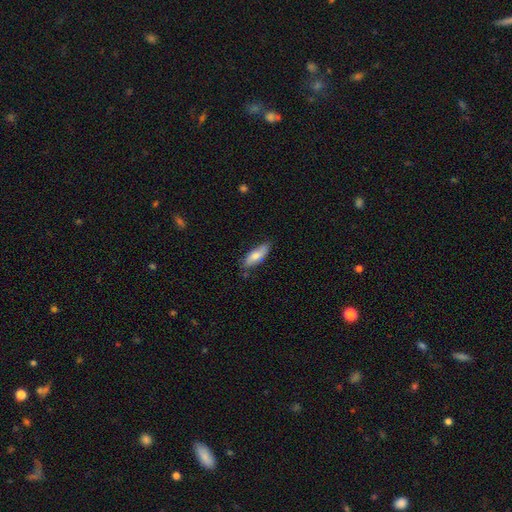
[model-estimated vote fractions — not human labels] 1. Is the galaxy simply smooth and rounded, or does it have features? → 73% smooth, 21% featured or disk, 6% star or artifact.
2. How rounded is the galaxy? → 61% in between, 37% cigar-shaped, 2% round.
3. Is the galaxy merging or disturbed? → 74% none, 21% minor disturbance, 3% major disturbance, 2% merger.